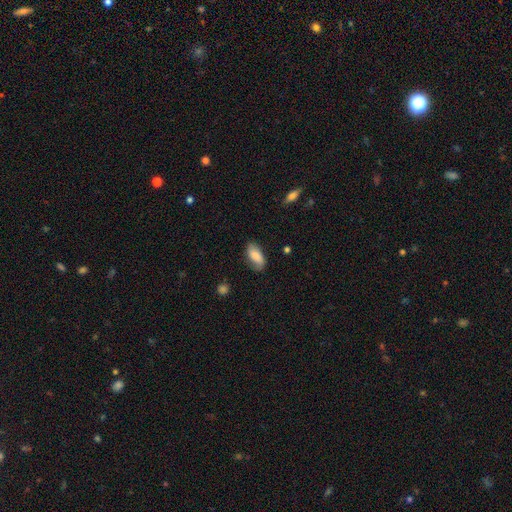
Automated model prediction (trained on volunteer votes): smooth-or-featured: smooth: 82% | featured or disk: 12% | star or artifact: 7%
  how-rounded: in between: 91% | cigar-shaped: 6% | round: 3%
  merging: none: 74% | minor disturbance: 20% | major disturbance: 5% | merger: 1%